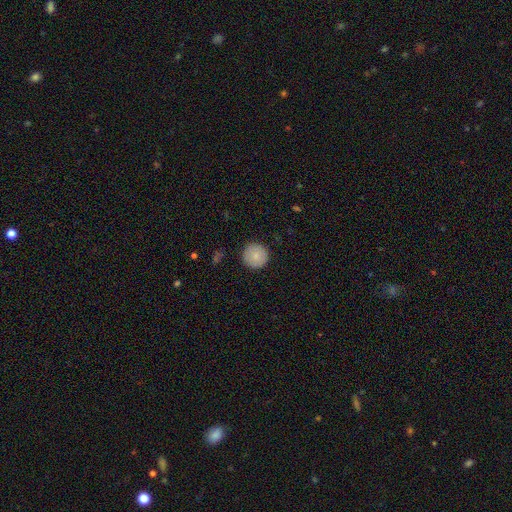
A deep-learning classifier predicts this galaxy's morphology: A smooth galaxy with no disk features (84%) that is round (96%). Merging: none (90%).